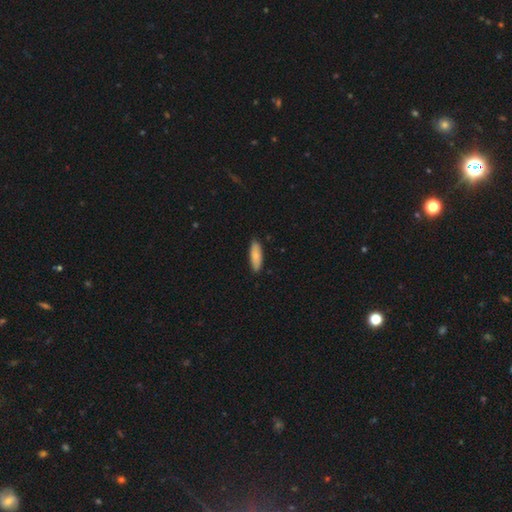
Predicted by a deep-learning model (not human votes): Smooth or featured?
  - smooth: 80% *
  - featured or disk: 14%
  - star or artifact: 5%
How rounded?
  - in between: 57% *
  - cigar-shaped: 41%
  - round: 2%
Merging?
  - none: 87% *
  - minor disturbance: 10%
  - major disturbance: 2%
  - merger: 1%